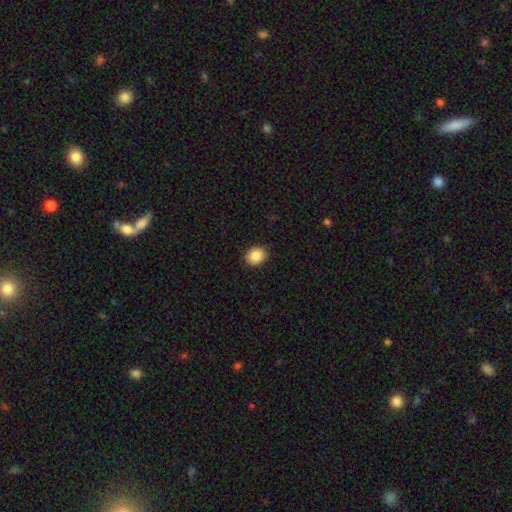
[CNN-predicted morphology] A smooth galaxy with no disk features (88%) that is round (55%).

Vote fractions:
- Smooth or featured? smooth: 88% / star or artifact: 8% / featured or disk: 4%
- How rounded? round: 55% / in between: 44% / cigar-shaped: 1%
- Merging? none: 90% / minor disturbance: 7% / major disturbance: 2% / merger: 1%